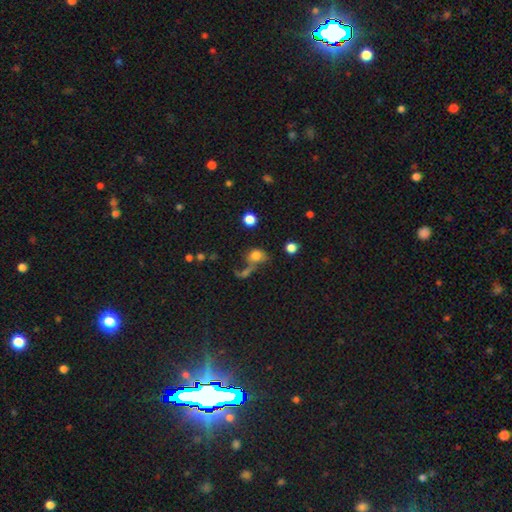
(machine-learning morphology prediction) This appears to be a smooth galaxy with no disk features (73%) that is round (51%). Merging: merger (34%).